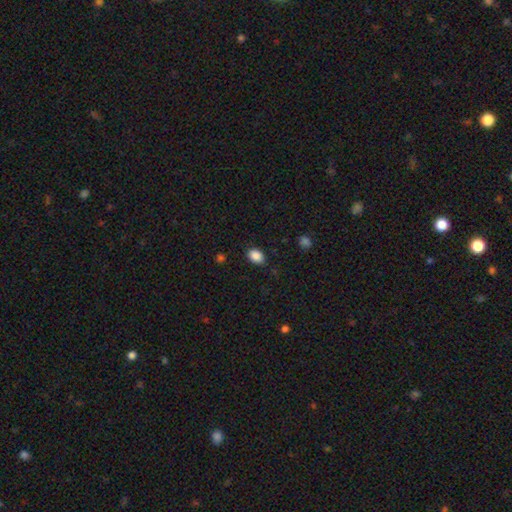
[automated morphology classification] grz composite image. It shows a smooth galaxy with no disk features (88%) that is in between round and cigar-shaped (75%). Merging: none (85%).